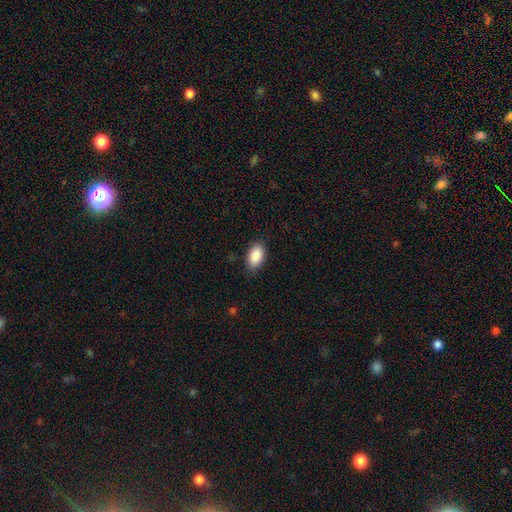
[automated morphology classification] Smooth or featured?
  - smooth: 89% *
  - star or artifact: 6%
  - featured or disk: 5%
How rounded?
  - in between: 94% *
  - round: 4%
  - cigar-shaped: 2%
Merging?
  - none: 85% *
  - minor disturbance: 11%
  - major disturbance: 2%
  - merger: 1%